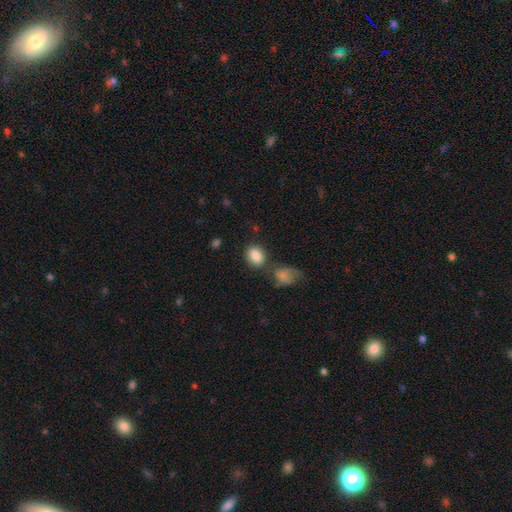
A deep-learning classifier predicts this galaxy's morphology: A smooth galaxy with no disk features (86%) that is in between round and cigar-shaped (57%).

Vote fractions:
- Smooth or featured? smooth: 86% / star or artifact: 8% / featured or disk: 6%
- How rounded? in between: 57% / round: 42% / cigar-shaped: 1%
- Merging? none: 68% / merger: 15% / minor disturbance: 12% / major disturbance: 5%